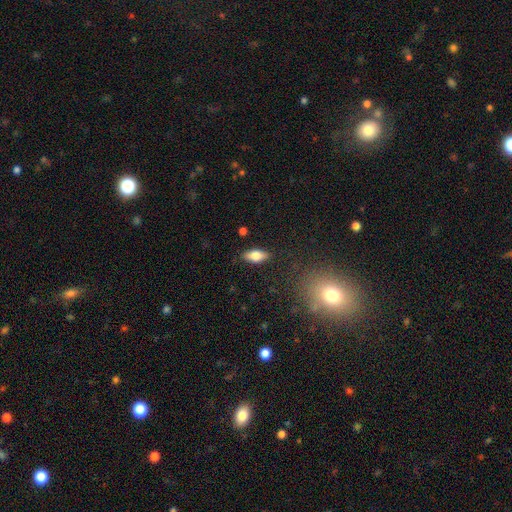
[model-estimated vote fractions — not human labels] A smooth galaxy with no disk features (71%) that is in between round and cigar-shaped (83%). Merging: none (87%).